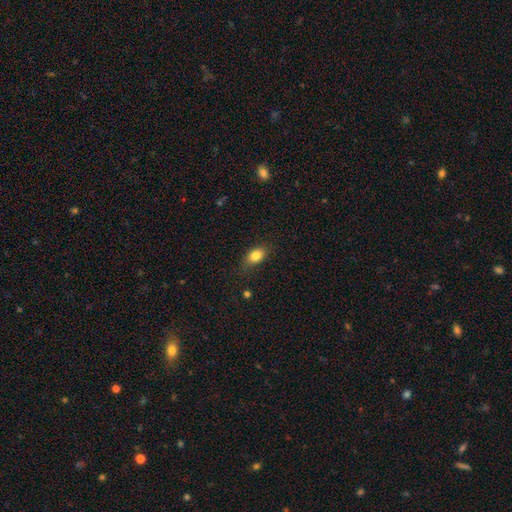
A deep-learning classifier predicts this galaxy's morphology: type=smooth (82%); roundness=in between (81%); merging=none (75%).